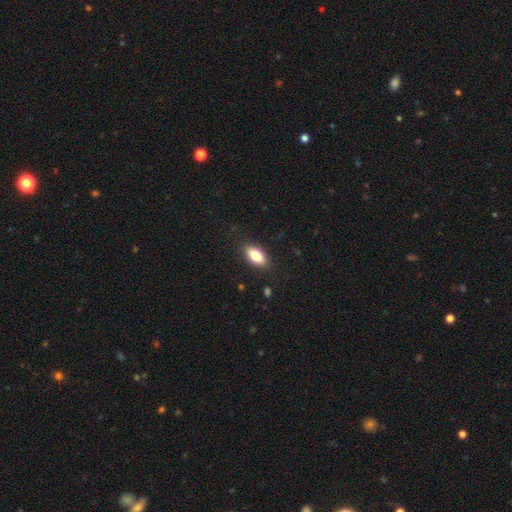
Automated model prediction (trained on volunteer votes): smooth_or_featured: smooth (p=0.82) [alt: featured or disk p=0.11]
how_rounded: in between (p=0.88) [alt: cigar-shaped p=0.08]
merging: none (p=0.86) [alt: minor disturbance p=0.10]